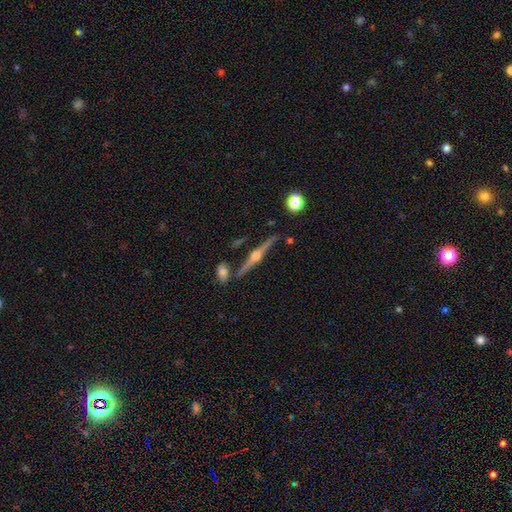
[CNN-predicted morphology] A featured or disk galaxy (87%) viewed edge-on (98%) with a rounded central bulge (95%).

Vote fractions:
- Smooth or featured? featured or disk: 87% / smooth: 8% / star or artifact: 6%
- Edge-on disk? yes: 98% / no: 2%
- Edge-on bulge? rounded: 95% / boxy: 3% / none: 2%
- Merging? none: 84% / minor disturbance: 8% / merger: 5% / major disturbance: 2%